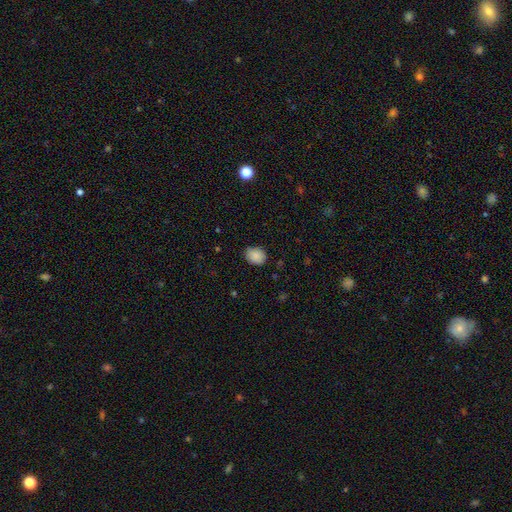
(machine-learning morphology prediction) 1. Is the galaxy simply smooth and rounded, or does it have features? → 88% smooth, 8% star or artifact, 4% featured or disk.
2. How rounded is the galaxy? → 50% round, 49% in between, 1% cigar-shaped.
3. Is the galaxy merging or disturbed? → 83% none, 13% minor disturbance, 2% major disturbance, 1% merger.